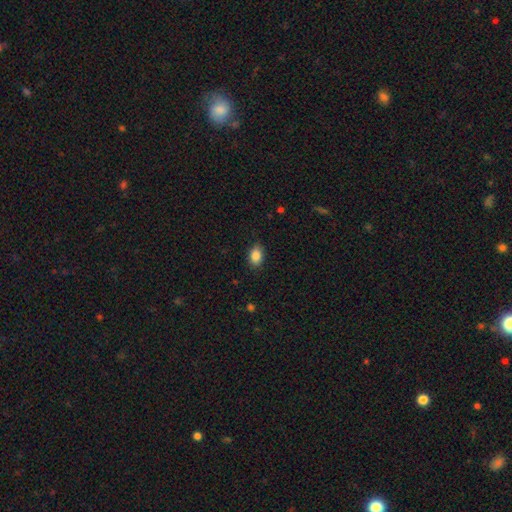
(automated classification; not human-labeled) The model was most divided on "how rounded": in between: 84%, round: 15%, cigar-shaped: 1%. More confident: smooth or featured — smooth (87%); merging — none (84%).